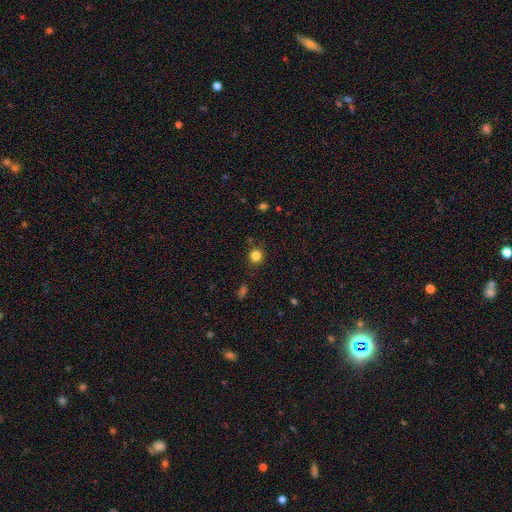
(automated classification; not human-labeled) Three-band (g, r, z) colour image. It shows a smooth galaxy with no disk features (83%) that is round (88%). Merging: none (85%).